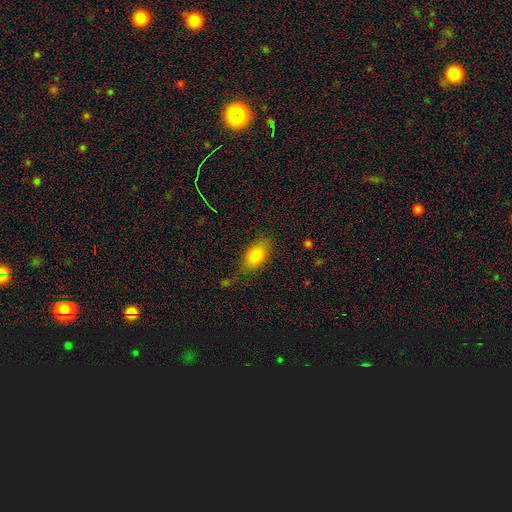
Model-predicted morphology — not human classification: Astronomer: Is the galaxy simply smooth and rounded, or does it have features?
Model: smooth — 82%.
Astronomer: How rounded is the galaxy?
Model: in between — 89%.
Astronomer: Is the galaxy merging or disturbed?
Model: none — 63%.